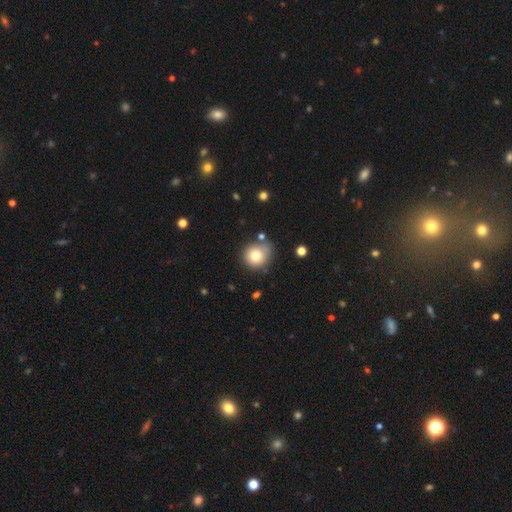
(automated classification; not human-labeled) smooth 78%, star or artifact 11%, featured or disk 11%. Down the decision tree: how rounded — round (85%); merging — none (69%).